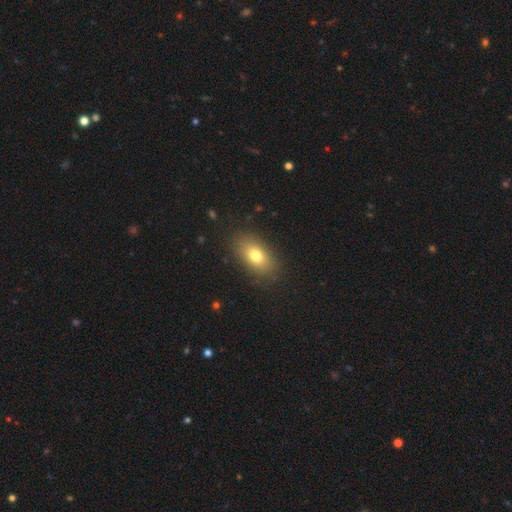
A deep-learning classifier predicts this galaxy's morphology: smooth-or-featured: smooth: 76% | featured or disk: 15% | star or artifact: 10%
  how-rounded: in between: 86% | round: 10% | cigar-shaped: 4%
  merging: none: 86% | minor disturbance: 9% | major disturbance: 3% | merger: 1%